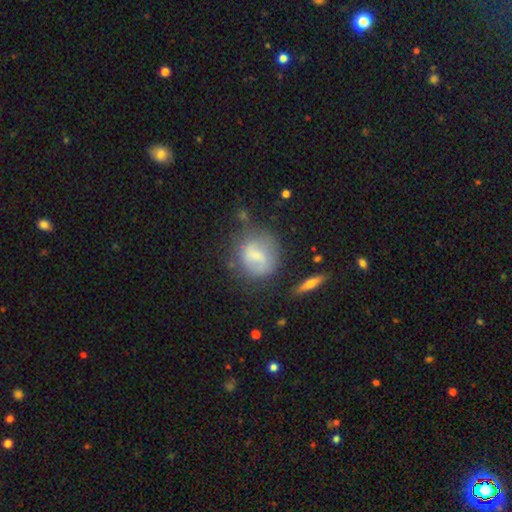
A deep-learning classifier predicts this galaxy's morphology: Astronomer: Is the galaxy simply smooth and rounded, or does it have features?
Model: smooth — 59%.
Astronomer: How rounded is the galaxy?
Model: round — 71%.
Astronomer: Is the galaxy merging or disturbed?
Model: none — 57%.